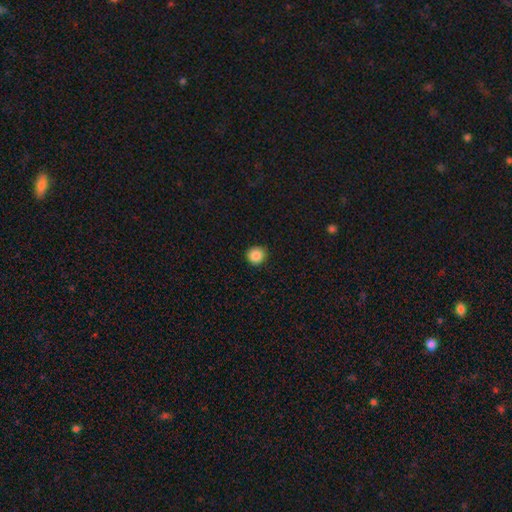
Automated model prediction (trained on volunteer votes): A smooth galaxy with no disk features (87%) that is round (92%). Merging: none (90%).